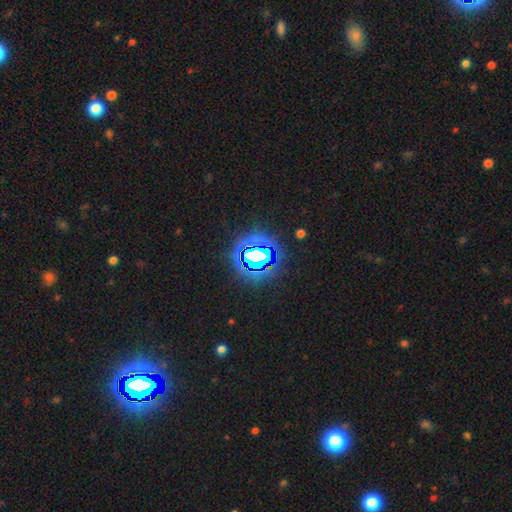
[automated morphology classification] This is likely a star or artifact rather than a galaxy (72%).